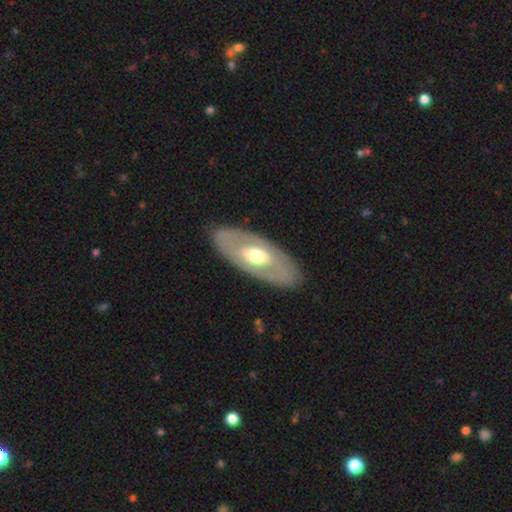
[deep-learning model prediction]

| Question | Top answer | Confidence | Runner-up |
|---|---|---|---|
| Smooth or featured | featured or disk | 61% | smooth (35%) |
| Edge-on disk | no | 84% | yes (16%) |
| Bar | no | 71% | weak (20%) |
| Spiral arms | no | 79% | yes (21%) |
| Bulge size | moderate | 70% | large (16%) |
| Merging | none | 85% | minor disturbance (10%) |